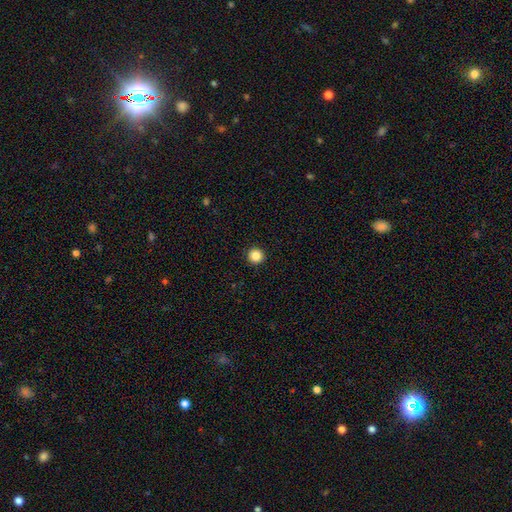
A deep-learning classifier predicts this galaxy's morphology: Q: Smooth or featured?
A: smooth (85%); runner-up: star or artifact (11%)
Q: How rounded?
A: round (96%); runner-up: in between (3%)
Q: Merging?
A: none (94%); runner-up: minor disturbance (4%)